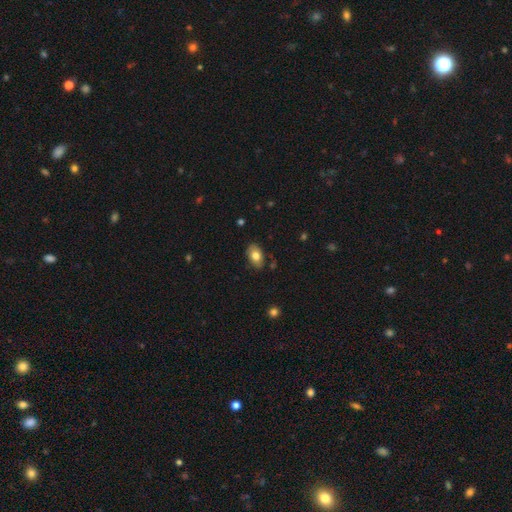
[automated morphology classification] Smooth or featured?
  - smooth: 78% *
  - featured or disk: 14%
  - star or artifact: 8%
How rounded?
  - in between: 89% *
  - round: 10%
  - cigar-shaped: 1%
Merging?
  - none: 83% *
  - minor disturbance: 13%
  - major disturbance: 2%
  - merger: 2%